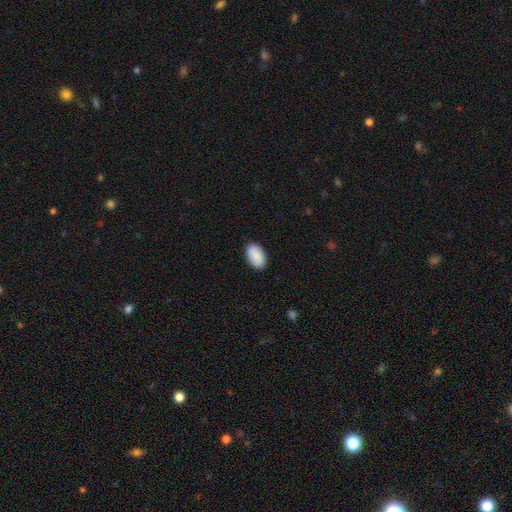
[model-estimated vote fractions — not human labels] Smooth or featured: smooth — 88% (star or artifact — 6%)
How rounded: in between — 93% (round — 6%)
Merging: none — 89% (minor disturbance — 8%)